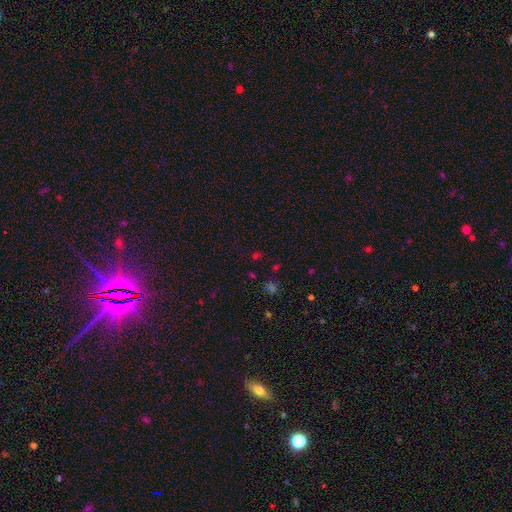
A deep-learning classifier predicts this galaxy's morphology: This is possibly a star or artifact rather than a galaxy (53%).